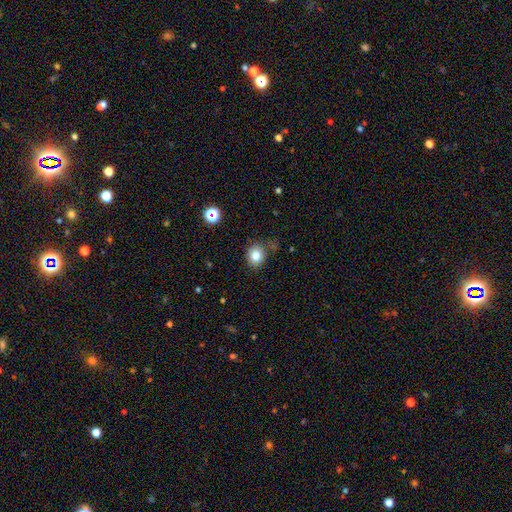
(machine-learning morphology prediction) smooth-or-featured: smooth: 81% | star or artifact: 12% | featured or disk: 7%
  how-rounded: round: 70% | in between: 29% | cigar-shaped: 1%
  merging: none: 74% | minor disturbance: 17% | major disturbance: 5% | merger: 4%